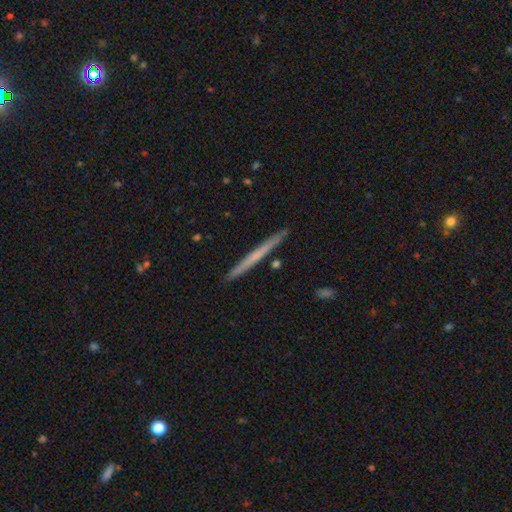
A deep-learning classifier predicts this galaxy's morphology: The model was most divided on "smooth or featured" (2-way tie): smooth: 47%, featured or disk: 47%, star or artifact: 6%. More confident: merging — none (92%).